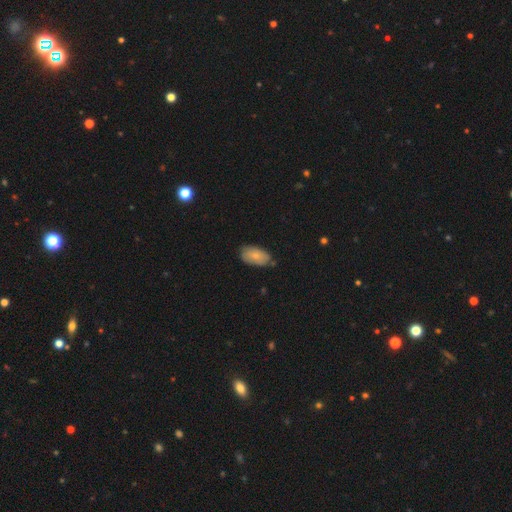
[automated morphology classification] Smooth or featured?
  - smooth: 77% *
  - featured or disk: 17%
  - star or artifact: 6%
How rounded?
  - in between: 94% *
  - round: 3%
  - cigar-shaped: 2%
Merging?
  - none: 71% *
  - minor disturbance: 23%
  - major disturbance: 4%
  - merger: 2%